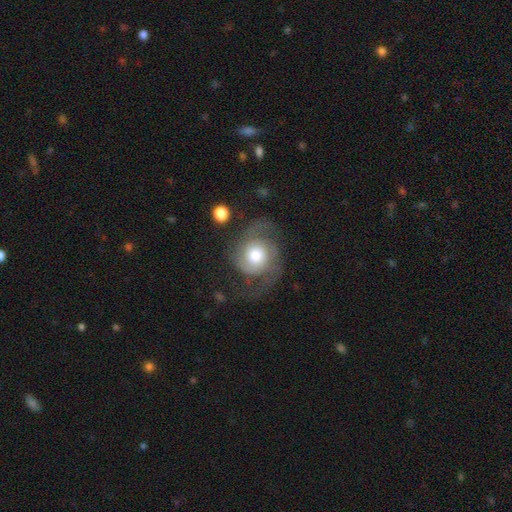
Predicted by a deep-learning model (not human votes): The model was most divided on "spiral winding": medium: 46%, tight: 28%, loose: 26%. More confident: edge-on disk — no (98%); spiral arms — yes (94%); bar — no (77%); smooth or featured — featured or disk (73%); spiral arm count — 2 (67%); bulge size — moderate (56%); merging — none (53%).